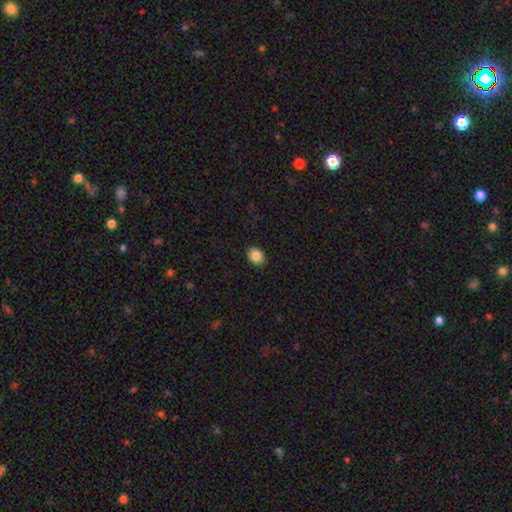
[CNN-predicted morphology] smooth-or-featured: smooth: 86% | star or artifact: 9% | featured or disk: 6%
  how-rounded: in between: 59% | round: 40% | cigar-shaped: 1%
  merging: none: 89% | minor disturbance: 8% | major disturbance: 2% | merger: 1%